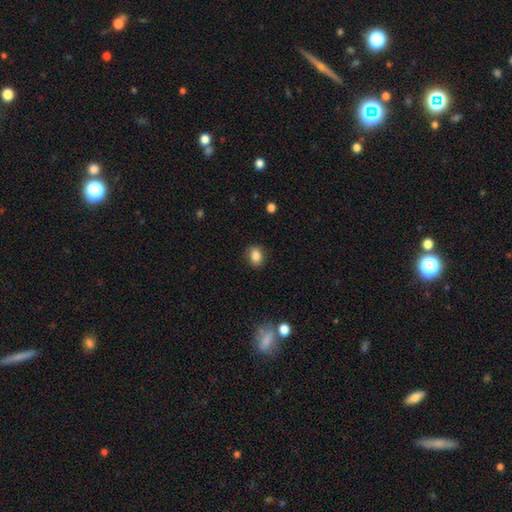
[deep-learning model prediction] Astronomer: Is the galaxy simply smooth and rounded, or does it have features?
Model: smooth — 85%.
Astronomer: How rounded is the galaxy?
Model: in between — 54% (runner-up: round, 45%).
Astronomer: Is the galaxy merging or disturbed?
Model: none — 86%.